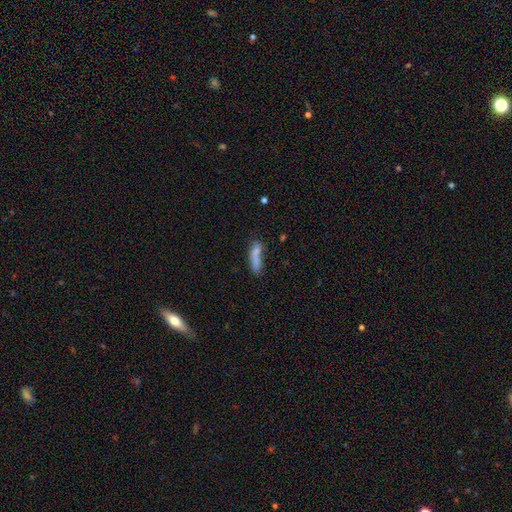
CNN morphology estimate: smooth_or_featured: smooth (p=0.77) [alt: featured or disk p=0.14]
how_rounded: cigar-shaped (p=0.73) [alt: in between p=0.24]
merging: none (p=0.58) [alt: minor disturbance p=0.20]